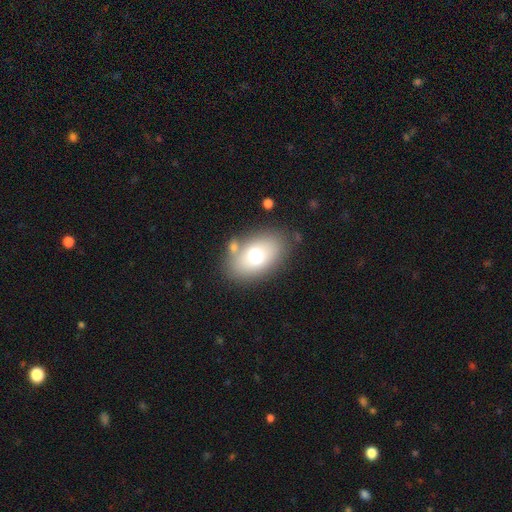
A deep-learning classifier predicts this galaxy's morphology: smooth_or_featured: smooth (p=0.68) [alt: featured or disk p=0.21]
how_rounded: in between (p=0.85) [alt: round p=0.14]
merging: none (p=0.72) [alt: minor disturbance p=0.14]